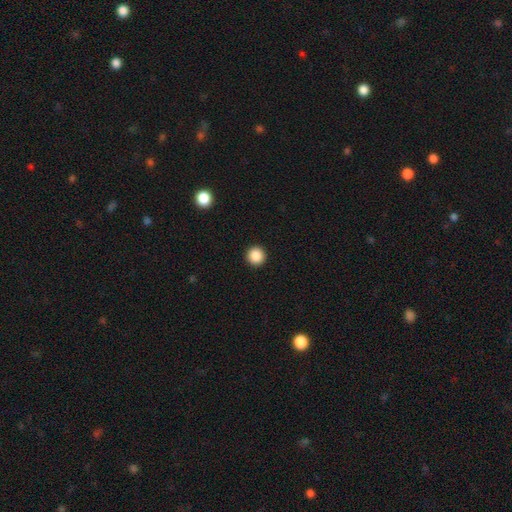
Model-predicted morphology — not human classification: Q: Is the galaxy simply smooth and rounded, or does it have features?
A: smooth — 87%.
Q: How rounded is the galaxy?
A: round — 95%.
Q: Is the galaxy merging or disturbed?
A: none — 94%.